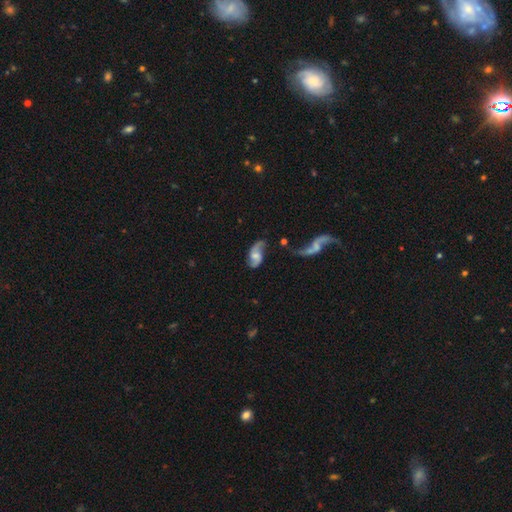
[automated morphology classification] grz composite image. It shows a featured or disk galaxy (75%) with no bar (53%), 2 (87%) loose (66%) spiral arms (92%) and a moderate central bulge (41%). Merging: none (52%).